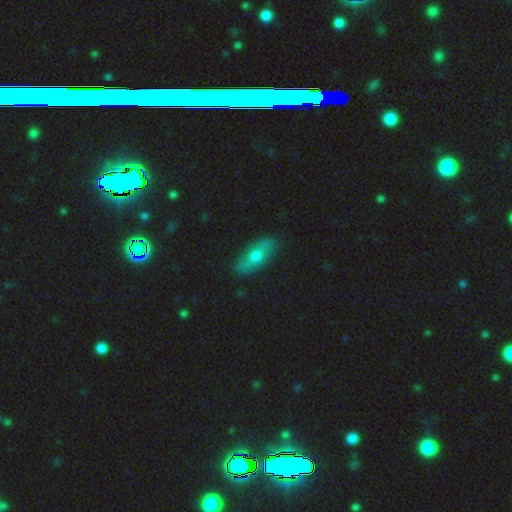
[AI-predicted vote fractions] Smooth or featured: smooth — 54% (featured or disk — 38%)
How rounded: in between — 76% (cigar-shaped — 18%)
Merging: none — 87% (minor disturbance — 9%)